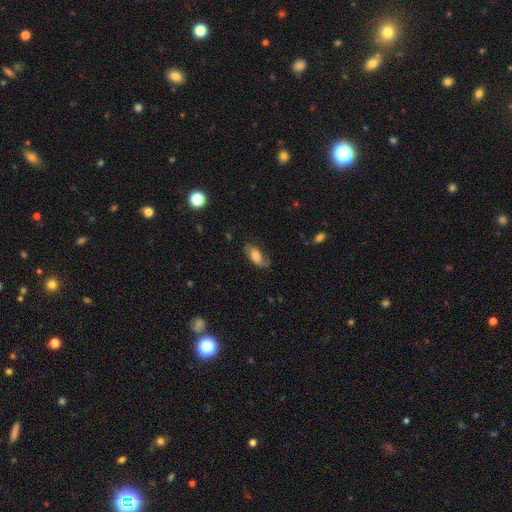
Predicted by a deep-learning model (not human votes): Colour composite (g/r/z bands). It shows a smooth galaxy with no disk features (59%) that is in between round and cigar-shaped (87%). Merging: none (60%).